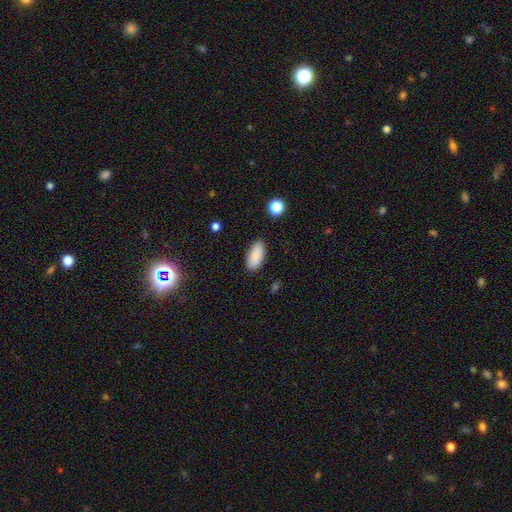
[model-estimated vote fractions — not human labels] smooth-or-featured: smooth: 89% | star or artifact: 7% | featured or disk: 4%
  how-rounded: in between: 91% | cigar-shaped: 7% | round: 2%
  merging: none: 87% | minor disturbance: 10% | major disturbance: 2% | merger: 1%